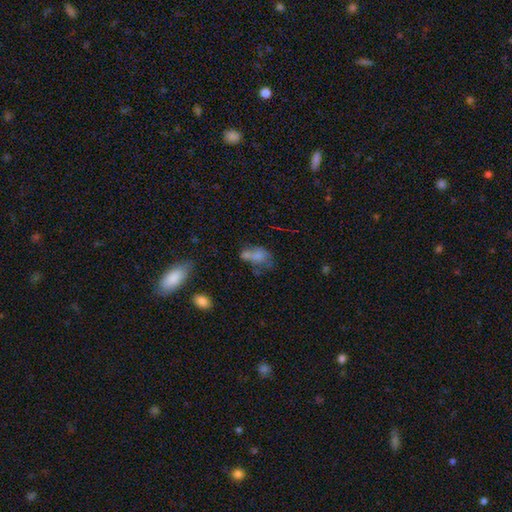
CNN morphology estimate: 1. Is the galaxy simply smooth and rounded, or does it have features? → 63% smooth, 24% featured or disk, 14% star or artifact.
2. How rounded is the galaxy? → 80% in between, 16% round, 3% cigar-shaped.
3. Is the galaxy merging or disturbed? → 34% merger, 27% none, 20% major disturbance, 19% minor disturbance.